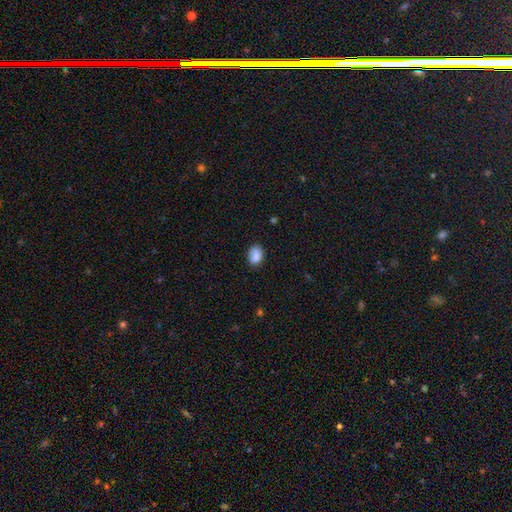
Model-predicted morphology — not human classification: smooth-or-featured: smooth: 84% | star or artifact: 9% | featured or disk: 7%
  how-rounded: in between: 70% | round: 29% | cigar-shaped: 1%
  merging: none: 76% | minor disturbance: 18% | major disturbance: 4% | merger: 2%